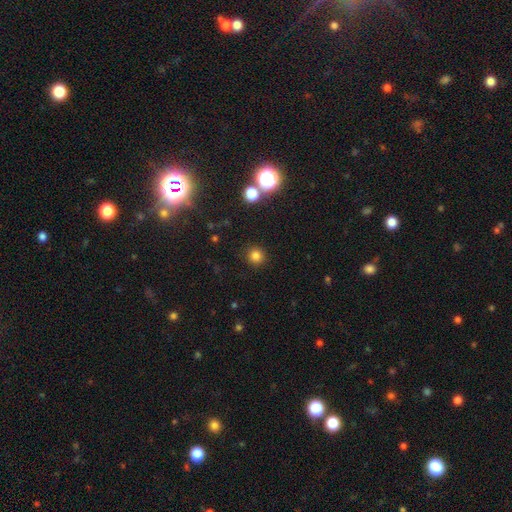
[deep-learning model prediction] Q: Smooth or featured?
A: smooth (79%); runner-up: star or artifact (16%)
Q: How rounded?
A: round (93%); runner-up: in between (6%)
Q: Merging?
A: none (90%); runner-up: minor disturbance (6%)